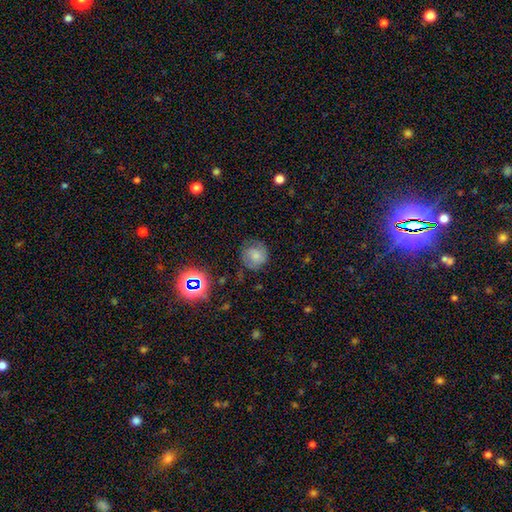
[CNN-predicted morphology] Smooth or featured? smooth (51%)
How rounded? round (84%)
Merging? none (67%)